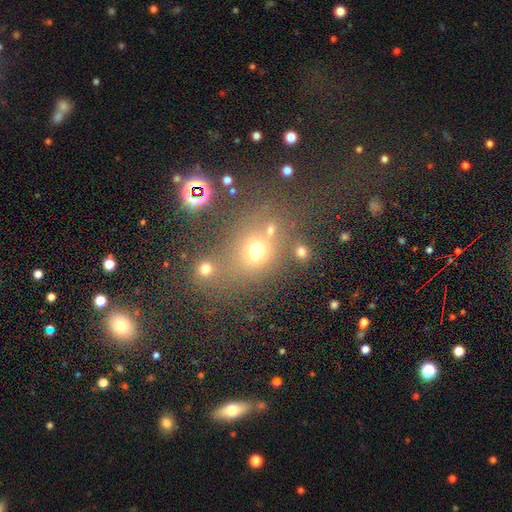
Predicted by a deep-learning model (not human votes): A smooth galaxy with no disk features (63%) that is round (63%). Merging: none (45%).